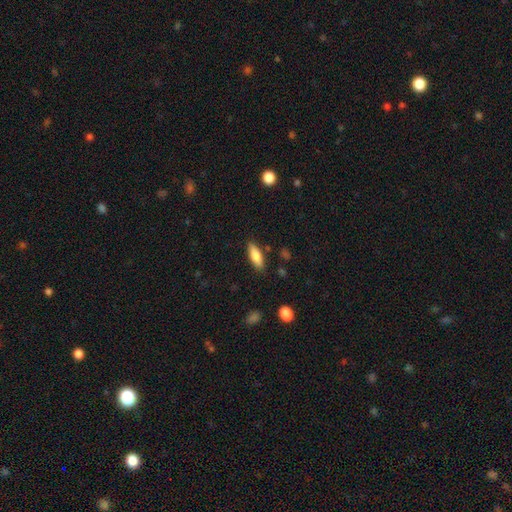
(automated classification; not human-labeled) smooth_or_featured: smooth (p=0.82) [alt: featured or disk p=0.12]
how_rounded: in between (p=0.65) [alt: cigar-shaped p=0.34]
merging: none (p=0.84) [alt: minor disturbance p=0.11]